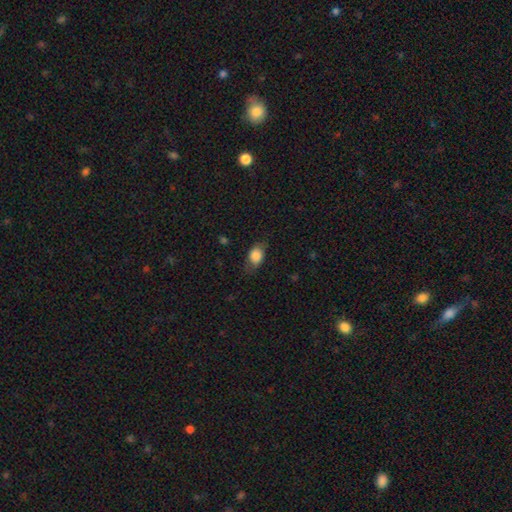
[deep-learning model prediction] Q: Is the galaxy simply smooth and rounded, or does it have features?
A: smooth — 81%.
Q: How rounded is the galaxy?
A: in between — 73%.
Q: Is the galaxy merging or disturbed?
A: none — 68%.